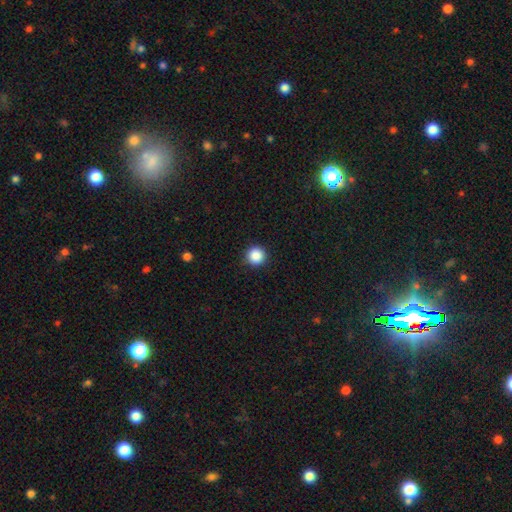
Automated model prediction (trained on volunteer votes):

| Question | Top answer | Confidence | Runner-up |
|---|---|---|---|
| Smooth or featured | smooth | 88% | star or artifact (9%) |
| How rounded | round | 96% | in between (3%) |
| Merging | none | 92% | minor disturbance (5%) |